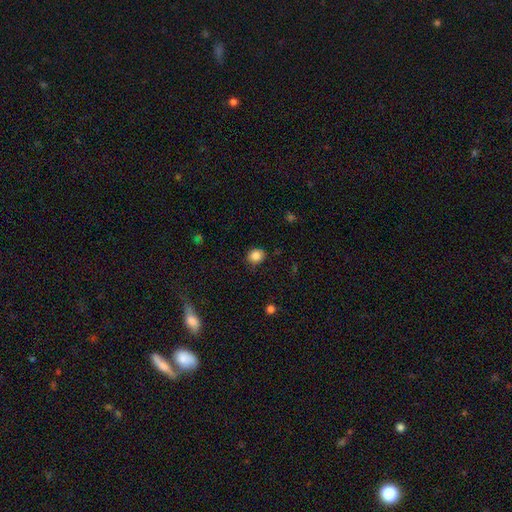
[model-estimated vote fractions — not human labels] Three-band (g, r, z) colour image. It shows a smooth galaxy with no disk features (85%) that is round (75%). Merging: none (83%).